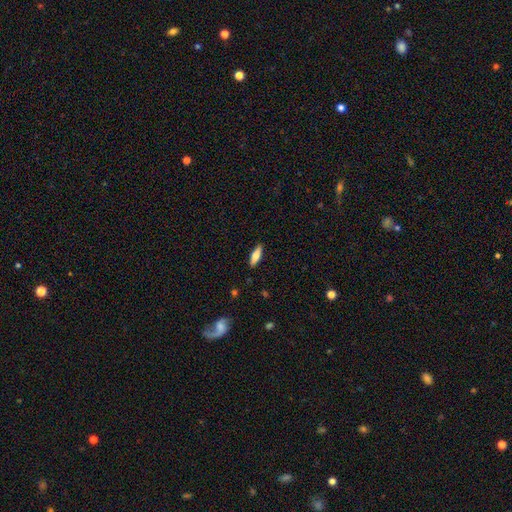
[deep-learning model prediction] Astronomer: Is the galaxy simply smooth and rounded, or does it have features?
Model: smooth — 71%.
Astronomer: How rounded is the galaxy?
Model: cigar-shaped — 50% (runner-up: in between, 48%).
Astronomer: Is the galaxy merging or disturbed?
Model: none — 89%.